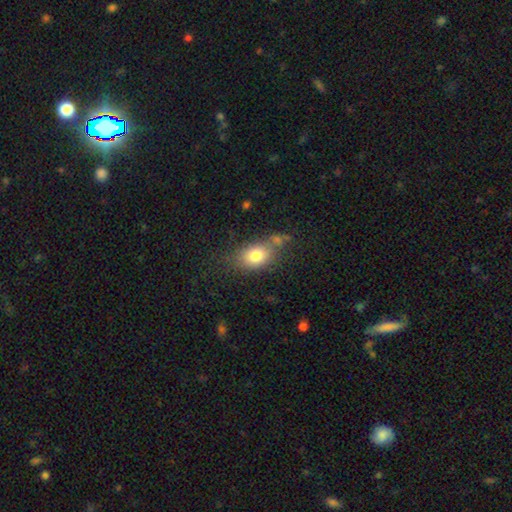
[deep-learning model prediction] Morphology: type=smooth (78%); roundness=in between (75%); merging=none (59%).